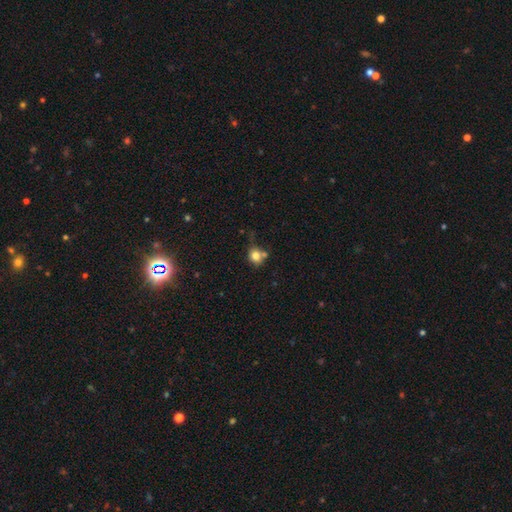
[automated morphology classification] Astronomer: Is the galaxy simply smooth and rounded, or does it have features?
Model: smooth — 78%.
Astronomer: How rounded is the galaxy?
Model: round — 76%.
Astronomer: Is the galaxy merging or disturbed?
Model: none — 51%.